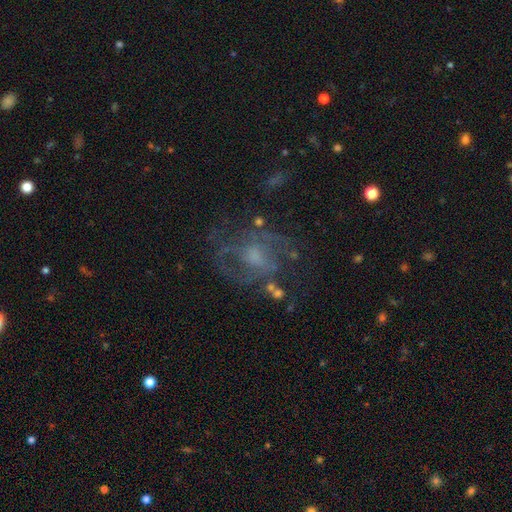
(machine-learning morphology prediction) This is likely a featured or disk galaxy (70%). It is clearly not viewed edge-on (97%). Bar: possibly no (55%). Spiral arm pattern: likely yes (68%). Central bulge: marginally moderate (39%). Merging: possibly none (56%).